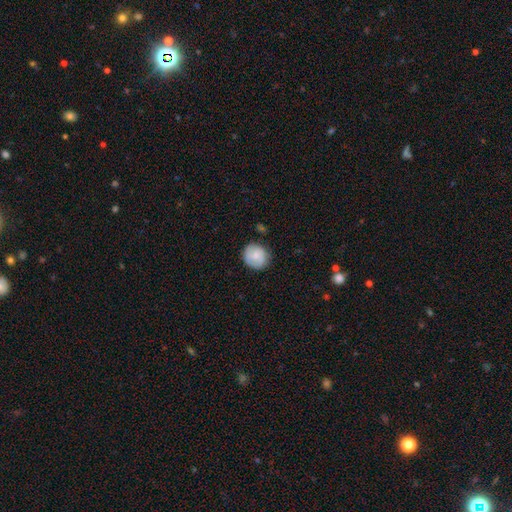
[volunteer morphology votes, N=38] Smooth or featured? 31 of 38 (82%) said smooth. How rounded? 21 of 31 (68%) said round. Merging? 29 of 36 (81%) said none.